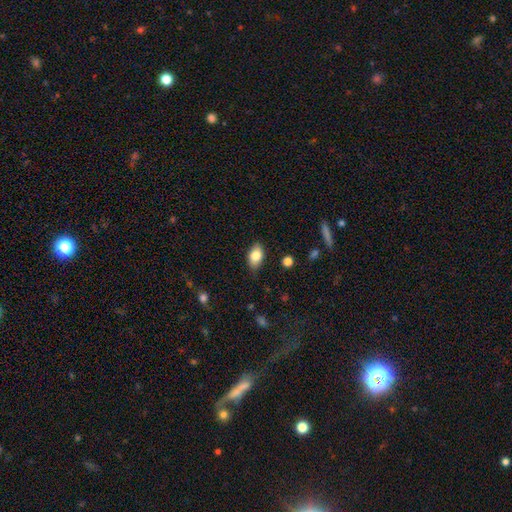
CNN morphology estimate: Q: Smooth or featured?
A: smooth (82%); runner-up: featured or disk (11%)
Q: How rounded?
A: in between (90%); runner-up: round (8%)
Q: Merging?
A: none (83%); runner-up: minor disturbance (13%)